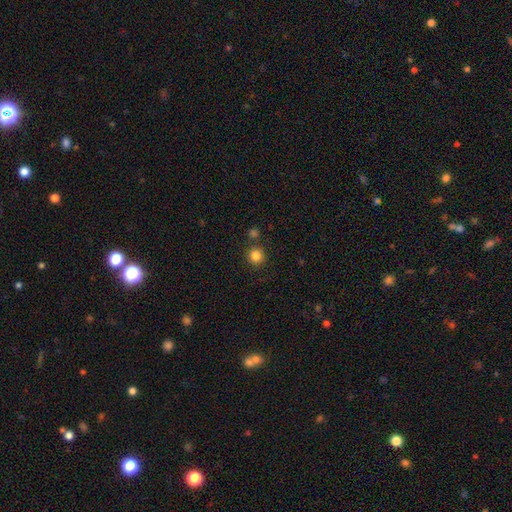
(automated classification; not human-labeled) smooth 84%, star or artifact 12%, featured or disk 4%. Down the decision tree: how rounded — round (95%); merging — none (85%).